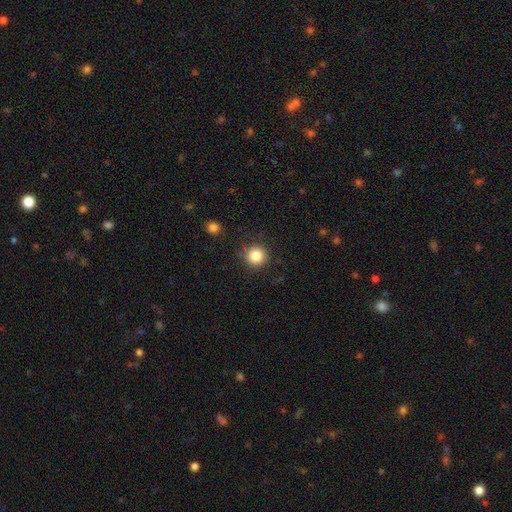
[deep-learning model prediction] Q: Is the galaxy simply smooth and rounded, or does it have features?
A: smooth — 84%.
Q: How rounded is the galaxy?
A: round — 94%.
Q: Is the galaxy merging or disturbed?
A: none — 87%.